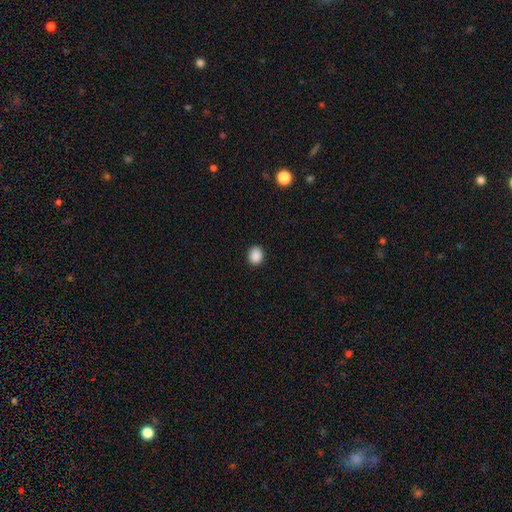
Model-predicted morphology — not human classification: Q: Smooth or featured?
A: smooth (89%); runner-up: star or artifact (9%)
Q: How rounded?
A: round (56%); runner-up: in between (43%)
Q: Merging?
A: none (90%); runner-up: minor disturbance (7%)